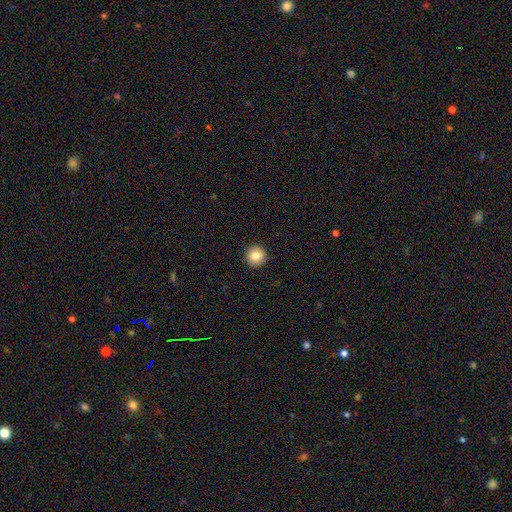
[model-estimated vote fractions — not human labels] smooth 83%, star or artifact 10%, featured or disk 8%. Down the decision tree: how rounded — round (96%); merging — none (93%).